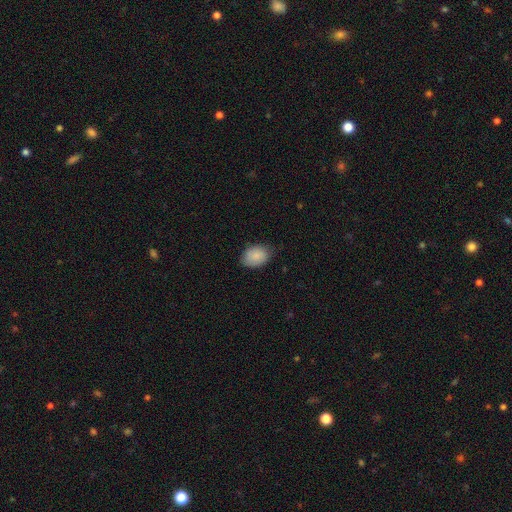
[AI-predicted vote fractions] Overall: smooth (88%). How rounded: in between (79%). Merging: none (76%).